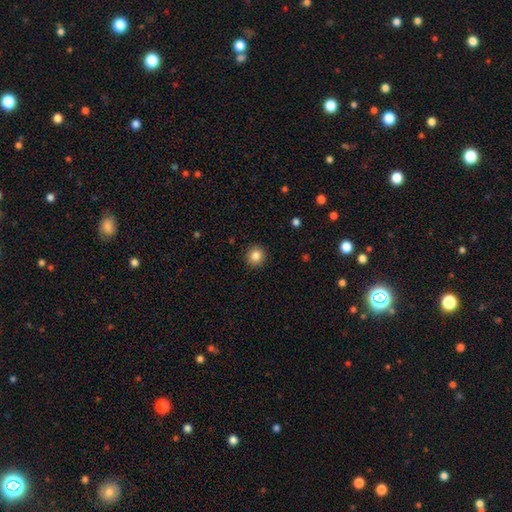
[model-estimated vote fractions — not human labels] A smooth galaxy with no disk features (86%) that is round (90%). Merging: none (91%).